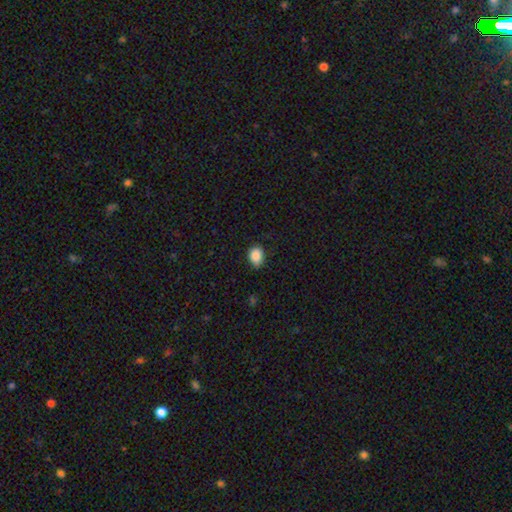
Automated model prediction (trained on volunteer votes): Smooth or featured? smooth (87%)
How rounded? in between (62%)
Merging? none (67%)